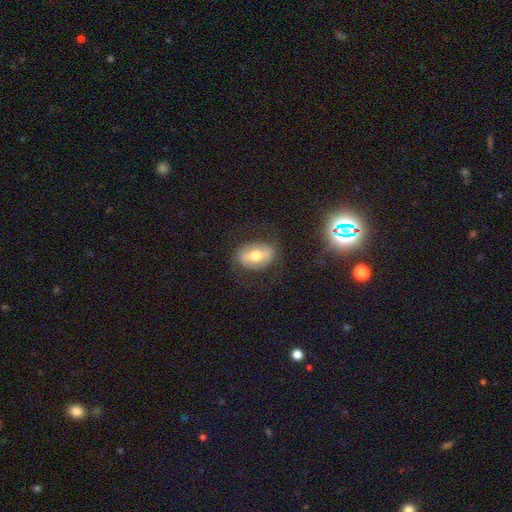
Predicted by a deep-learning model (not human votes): This is possibly a featured or disk galaxy (52%). It is clearly not viewed edge-on (86%). Merging: likely none (76%).